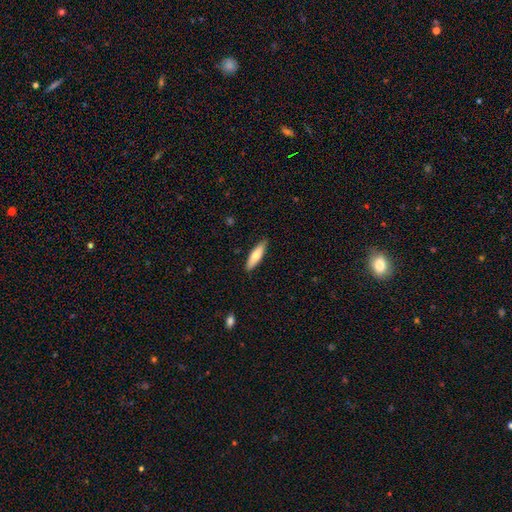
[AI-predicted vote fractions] Smooth or featured? smooth (70%)
How rounded? cigar-shaped (60%)
Merging? none (87%)